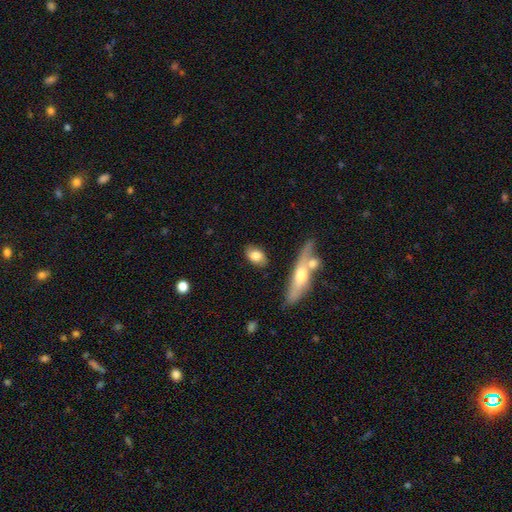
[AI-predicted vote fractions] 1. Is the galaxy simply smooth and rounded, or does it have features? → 77% smooth, 17% featured or disk, 6% star or artifact.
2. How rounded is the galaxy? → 84% in between, 11% round, 5% cigar-shaped.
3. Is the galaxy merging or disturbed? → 79% none, 12% minor disturbance, 6% merger, 4% major disturbance.